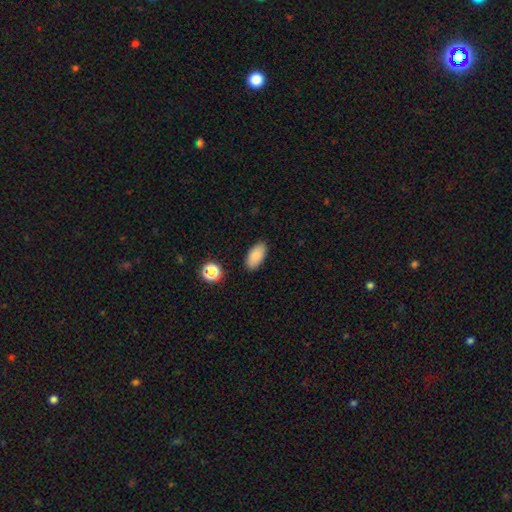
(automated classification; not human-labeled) smooth_or_featured: smooth (p=0.86) [alt: star or artifact p=0.08]
how_rounded: in between (p=0.93) [alt: round p=0.04]
merging: none (p=0.88) [alt: minor disturbance p=0.09]